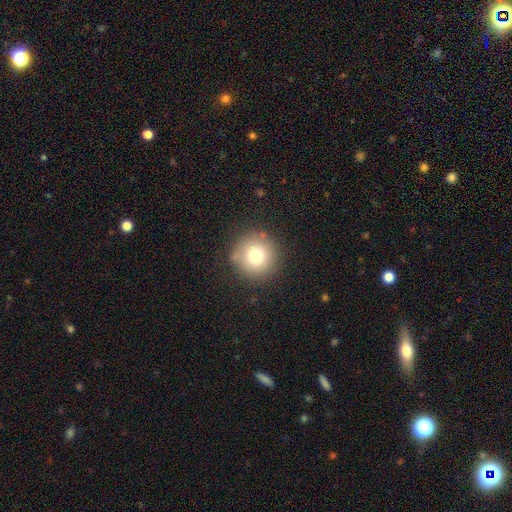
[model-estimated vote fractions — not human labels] Smooth or featured?
  - smooth: 75% *
  - featured or disk: 13%
  - star or artifact: 13%
How rounded?
  - round: 95% *
  - in between: 4%
  - cigar-shaped: 1%
Merging?
  - none: 85% *
  - minor disturbance: 10%
  - major disturbance: 3%
  - merger: 2%